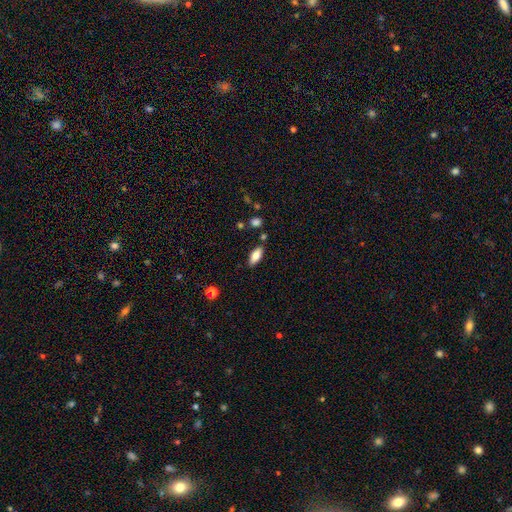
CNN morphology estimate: A smooth galaxy with no disk features (77%) that is in between round and cigar-shaped (82%).

Vote fractions:
- Smooth or featured? smooth: 77% / featured or disk: 16% / star or artifact: 7%
- How rounded? in between: 82% / cigar-shaped: 16% / round: 2%
- Merging? none: 84% / minor disturbance: 11% / merger: 3% / major disturbance: 2%